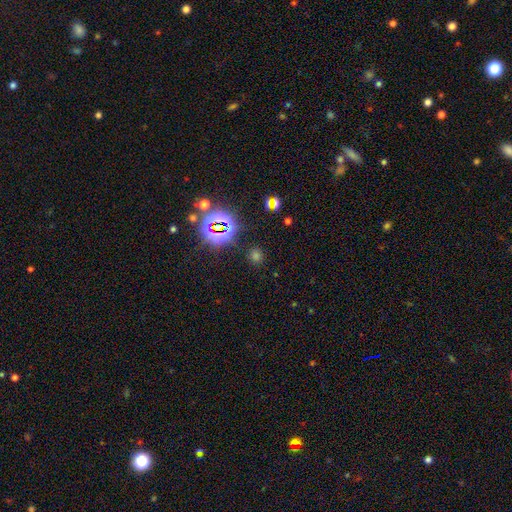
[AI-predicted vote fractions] This is possibly a star or artifact rather than a galaxy (47%).